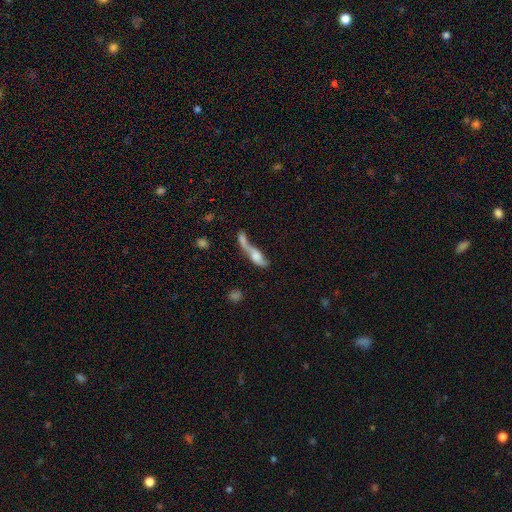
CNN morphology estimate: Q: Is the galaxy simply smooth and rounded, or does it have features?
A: smooth — 59%.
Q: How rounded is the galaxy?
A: cigar-shaped — 47%, tied with in between.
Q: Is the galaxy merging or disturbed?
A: merger — 62%.